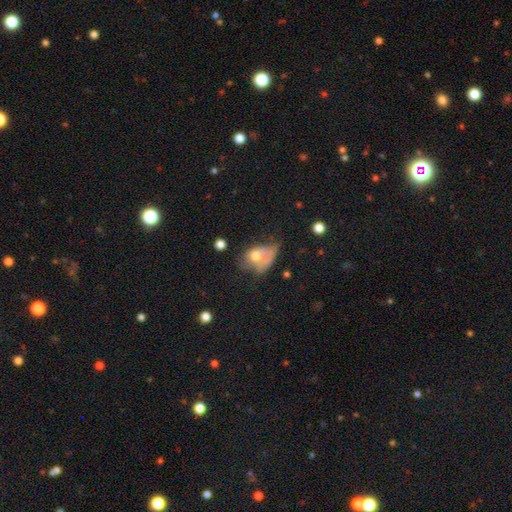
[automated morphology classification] Smooth or featured?
  - smooth: 59% *
  - featured or disk: 31%
  - star or artifact: 10%
How rounded?
  - in between: 71% *
  - round: 27%
  - cigar-shaped: 2%
Merging?
  - major disturbance: 39% *
  - minor disturbance: 24%
  - none: 20%
  - merger: 18%